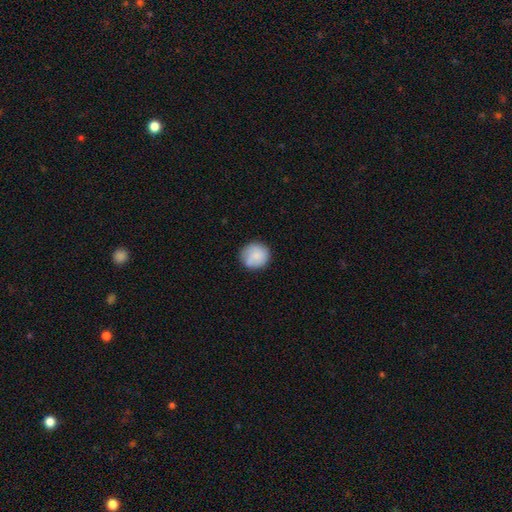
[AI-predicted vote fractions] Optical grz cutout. It shows a smooth galaxy with no disk features (81%) that is round (89%). Merging: none (77%).